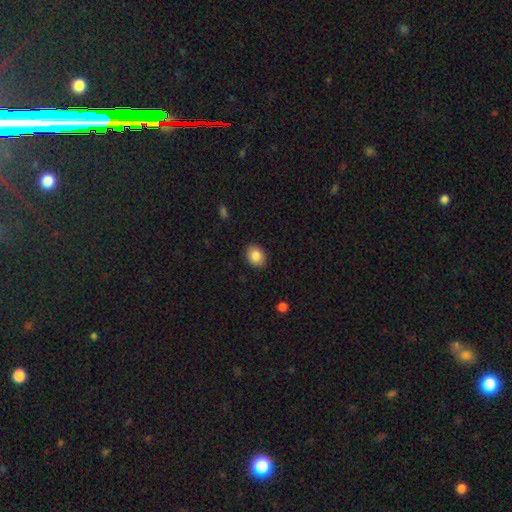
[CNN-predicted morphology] smooth 85%, star or artifact 8%, featured or disk 7%. Down the decision tree: how rounded — in between (52%); merging — none (89%).